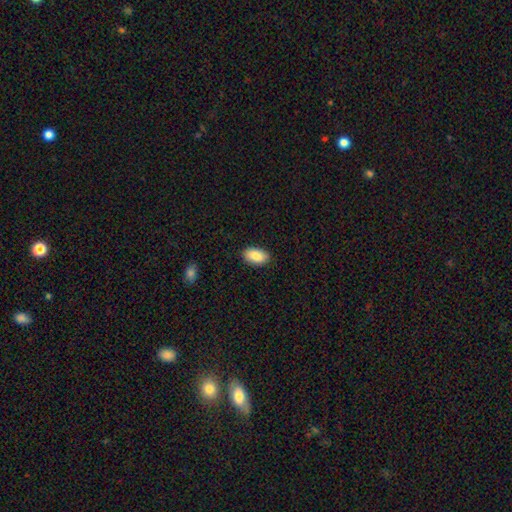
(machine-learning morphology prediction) smooth-or-featured: smooth: 87% | featured or disk: 7% | star or artifact: 7%
  how-rounded: in between: 94% | round: 4% | cigar-shaped: 2%
  merging: none: 88% | minor disturbance: 9% | major disturbance: 2% | merger: 1%